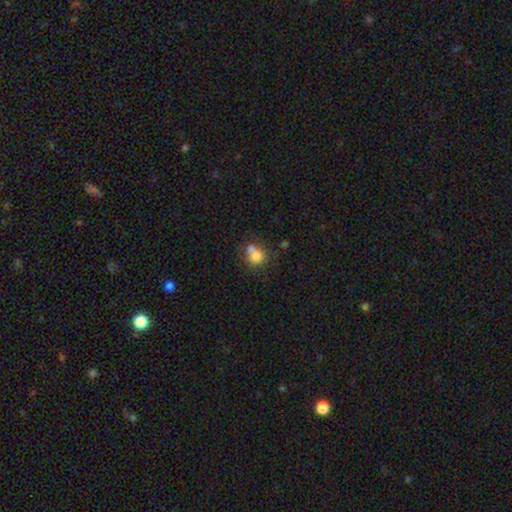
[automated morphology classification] A smooth galaxy with no disk features (75%) that is round (82%). Merging: merger (44%).